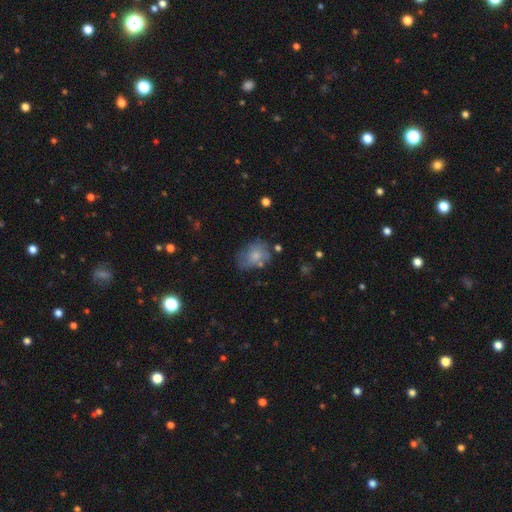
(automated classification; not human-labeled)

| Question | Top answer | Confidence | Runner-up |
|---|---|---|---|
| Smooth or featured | smooth | 69% | featured or disk (22%) |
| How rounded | in between | 68% | round (31%) |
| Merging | none | 51% | minor disturbance (28%) |